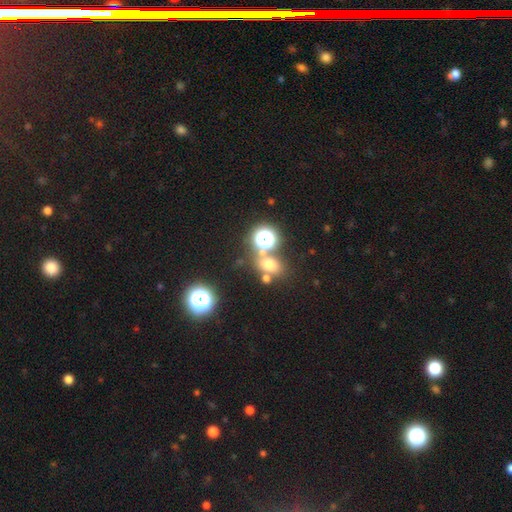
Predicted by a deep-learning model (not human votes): Q: Smooth or featured?
A: star or artifact (64%); runner-up: smooth (27%)